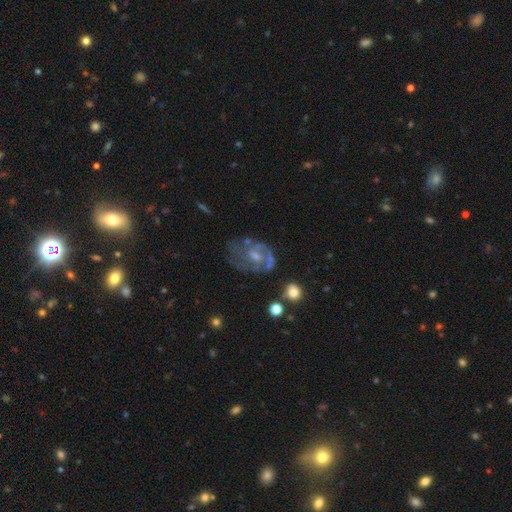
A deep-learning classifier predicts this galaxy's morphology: The model was most divided on "bulge size": small: 42%, moderate: 38%, none: 15%, large: 3%, dominant: 1%. More confident: edge-on disk — no (96%); smooth or featured — featured or disk (69%); spiral arms — yes (69%); bar — no (58%); merging — none (52%).